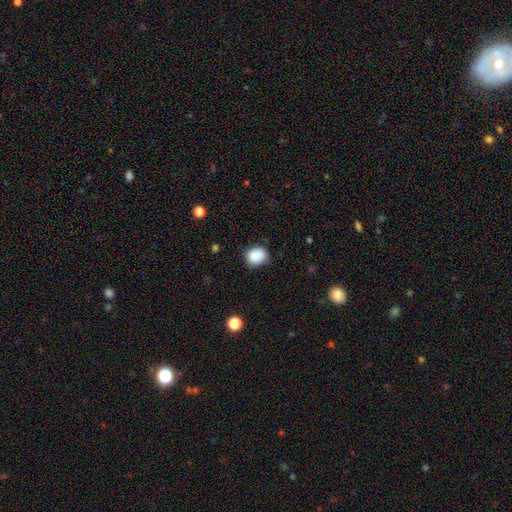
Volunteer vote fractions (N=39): Volunteers were most divided on "how rounded": round: 65%, in between: 35%, cigar-shaped: 0%. More confident: smooth or featured — smooth (87%); merging — none (63%).